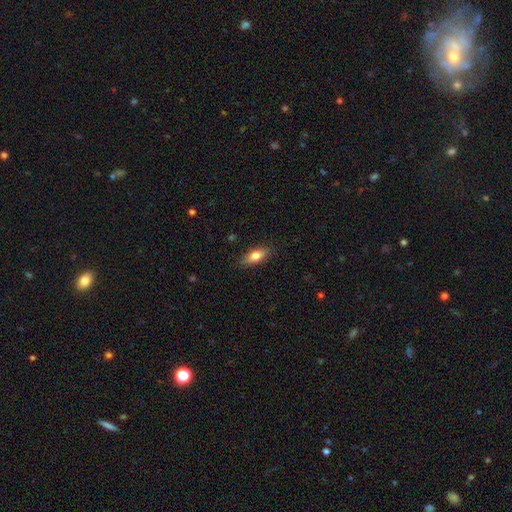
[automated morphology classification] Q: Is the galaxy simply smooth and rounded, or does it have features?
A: smooth — 72%.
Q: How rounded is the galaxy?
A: in between — 71%.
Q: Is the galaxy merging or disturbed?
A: none — 85%.